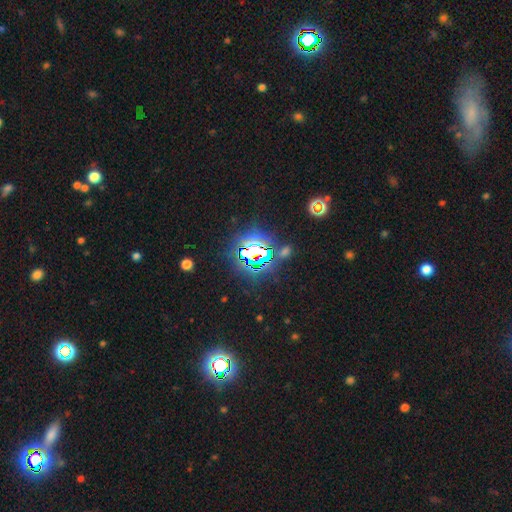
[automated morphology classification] smooth-or-featured: star or artifact: 82% | smooth: 11% | featured or disk: 8%